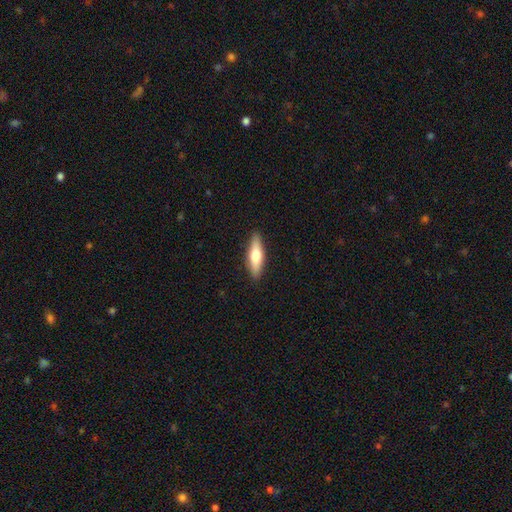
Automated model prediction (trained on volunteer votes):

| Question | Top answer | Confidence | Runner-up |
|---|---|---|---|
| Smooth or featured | smooth | 58% | featured or disk (36%) |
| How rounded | cigar-shaped | 62% | in between (36%) |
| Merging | none | 90% | minor disturbance (8%) |